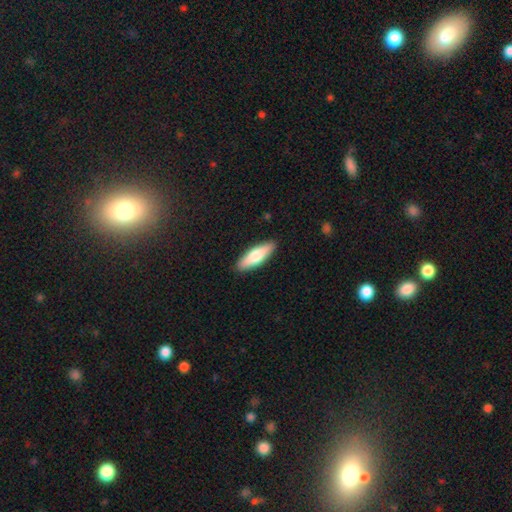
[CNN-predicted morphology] A smooth galaxy with no disk features (70%) that is cigar-shaped (51%).

Vote fractions:
- Smooth or featured? smooth: 70% / featured or disk: 24% / star or artifact: 5%
- How rounded? cigar-shaped: 51% / in between: 47% / round: 2%
- Merging? none: 90% / minor disturbance: 8% / major disturbance: 2% / merger: 1%